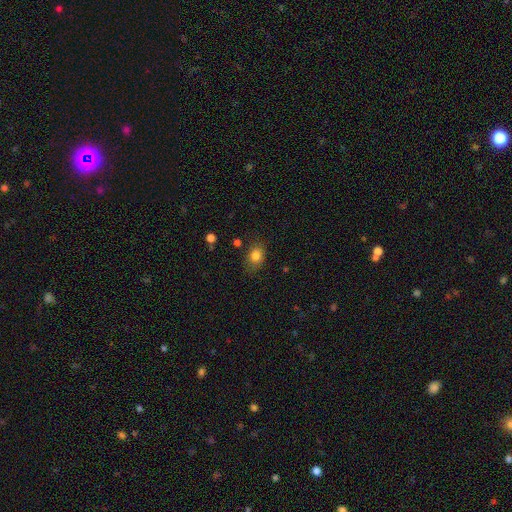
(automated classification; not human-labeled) This appears to be a smooth galaxy with no disk features (82%) that is in between round and cigar-shaped (67%). Merging: none (76%).